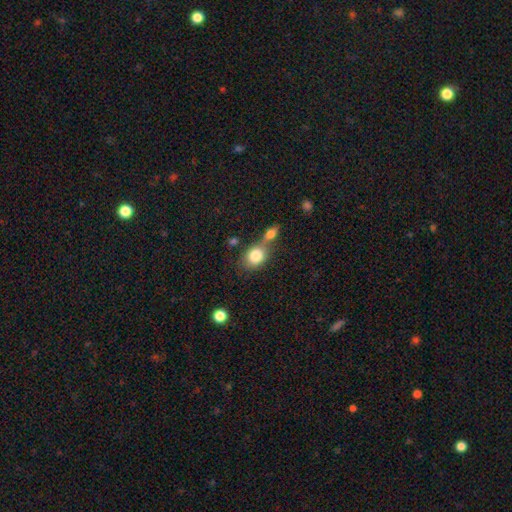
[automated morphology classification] A smooth galaxy with no disk features (82%) that is round (51%).

Vote fractions:
- Smooth or featured? smooth: 82% / featured or disk: 9% / star or artifact: 8%
- How rounded? round: 51% / in between: 47% / cigar-shaped: 2%
- Merging? merger: 46% / none: 39% / minor disturbance: 11% / major disturbance: 5%